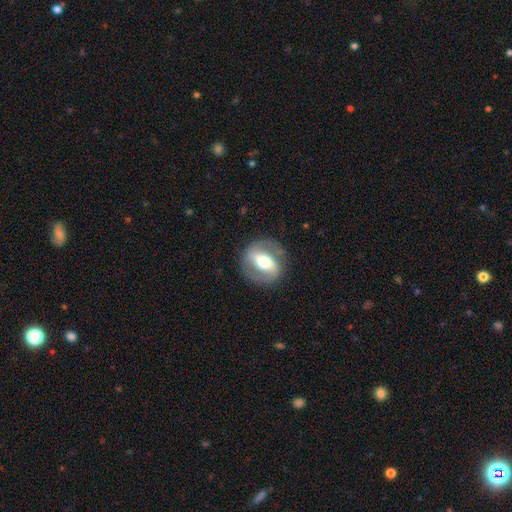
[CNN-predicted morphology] This appears to be a featured or disk galaxy (72%) with a strong bar (46%), spiral arms (71%) and a moderate central bulge (65%). Merging: none (84%).